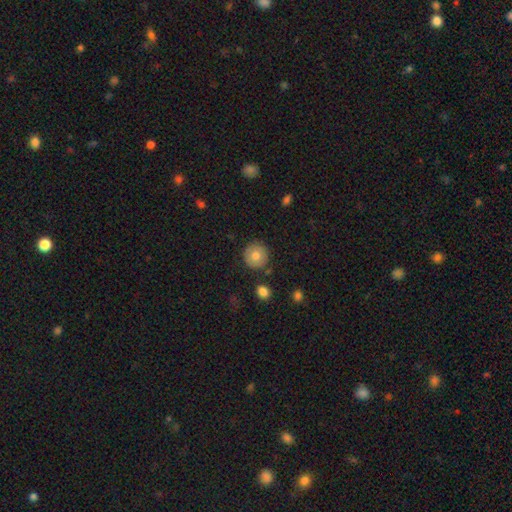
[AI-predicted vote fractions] Q: Smooth or featured?
A: smooth (78%); runner-up: featured or disk (13%)
Q: How rounded?
A: round (94%); runner-up: in between (5%)
Q: Merging?
A: none (86%); runner-up: minor disturbance (8%)